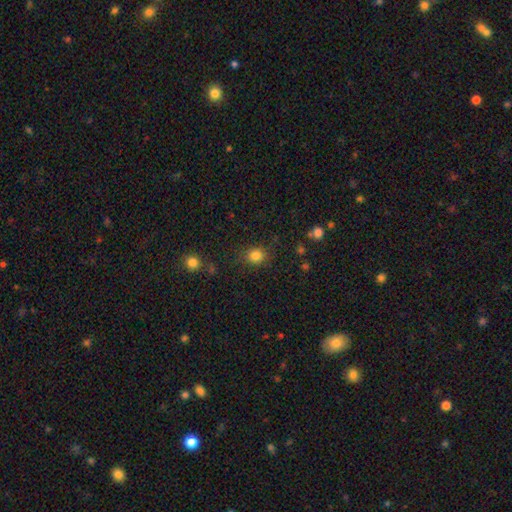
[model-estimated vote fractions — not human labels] Smooth or featured? Predicted: smooth (p=0.83). How rounded? Predicted: round (p=0.75). Merging? Predicted: none (p=0.84).